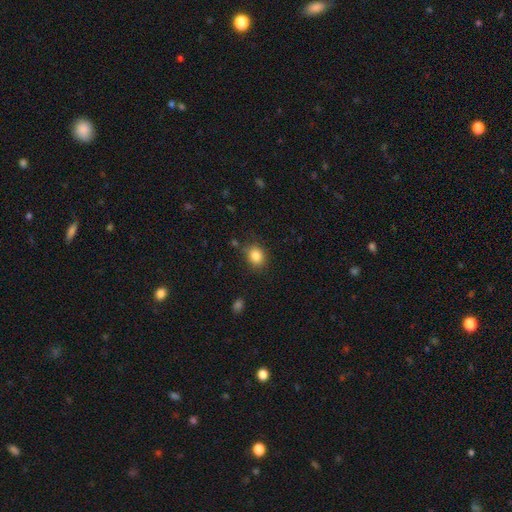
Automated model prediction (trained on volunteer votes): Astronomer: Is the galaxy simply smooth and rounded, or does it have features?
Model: smooth — 85%.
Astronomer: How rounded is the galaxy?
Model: round — 57% (runner-up: in between, 42%).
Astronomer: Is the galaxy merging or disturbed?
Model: none — 80%.